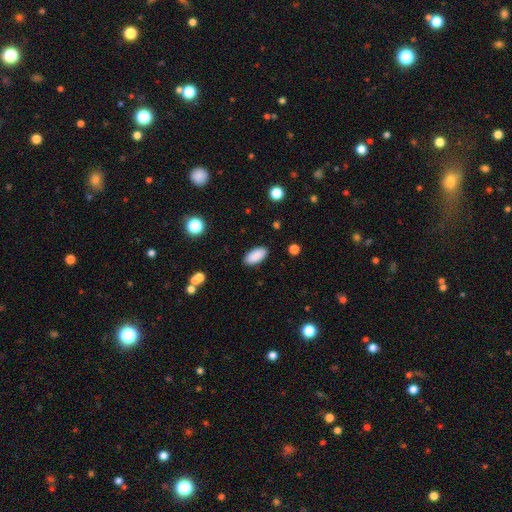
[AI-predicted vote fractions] This appears to be a smooth galaxy with no disk features (89%) that is in between round and cigar-shaped (91%). Merging: none (89%).